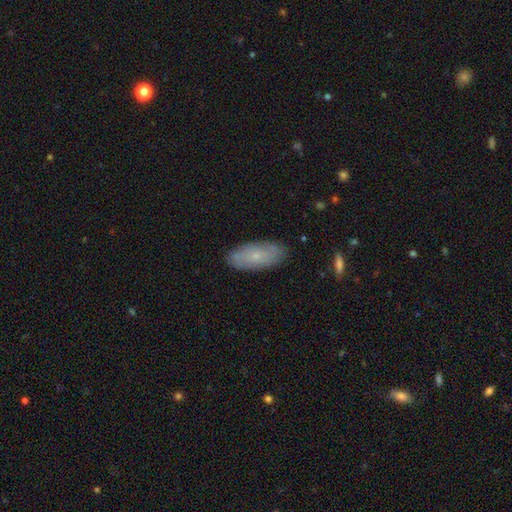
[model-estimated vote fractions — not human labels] smooth-or-featured: smooth: 55% | featured or disk: 37% | star or artifact: 7%
  how-rounded: in between: 82% | cigar-shaped: 15% | round: 3%
  merging: none: 84% | minor disturbance: 12% | major disturbance: 2% | merger: 1%